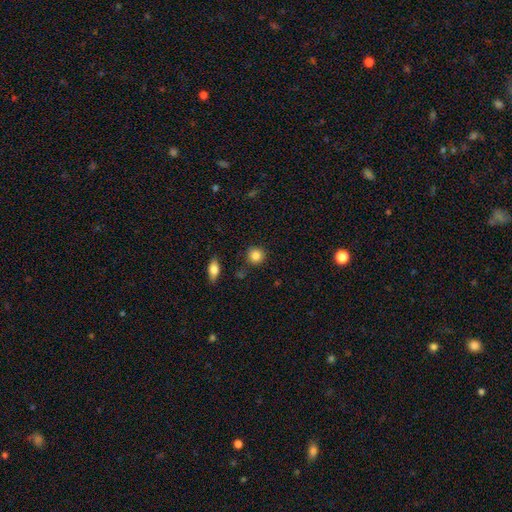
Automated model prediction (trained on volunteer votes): Overall: smooth (86%). How rounded: round (90%). Merging: none (86%).